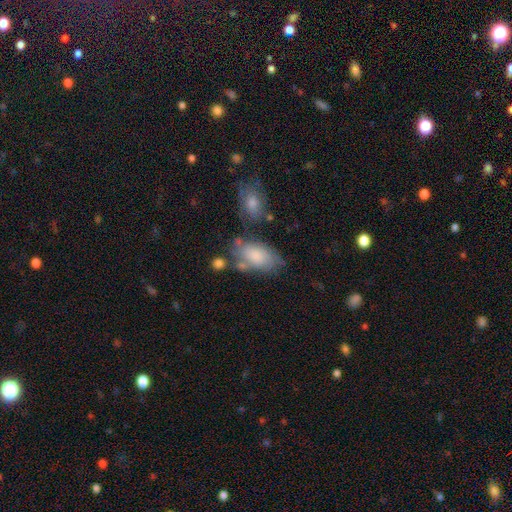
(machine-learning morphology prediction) Smooth or featured: smooth — 62% (featured or disk — 31%)
How rounded: in between — 92% (round — 6%)
Merging: none — 48% (minor disturbance — 26%)